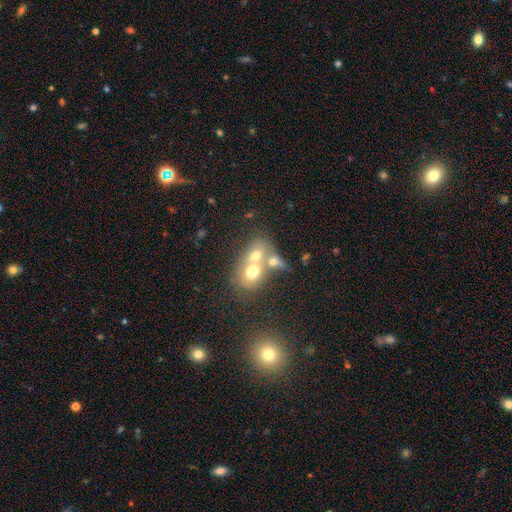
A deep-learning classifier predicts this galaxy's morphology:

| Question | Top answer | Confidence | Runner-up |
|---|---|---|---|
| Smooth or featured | smooth | 60% | featured or disk (28%) |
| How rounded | in between | 51% | round (47%) |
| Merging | merger | 69% | none (20%) |